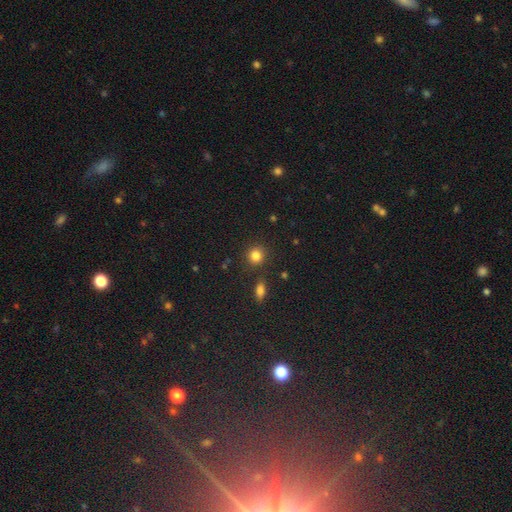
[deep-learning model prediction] Smooth or featured? Predicted: smooth (p=0.83). How rounded? Predicted: round (p=0.87). Merging? Predicted: none (p=0.85).